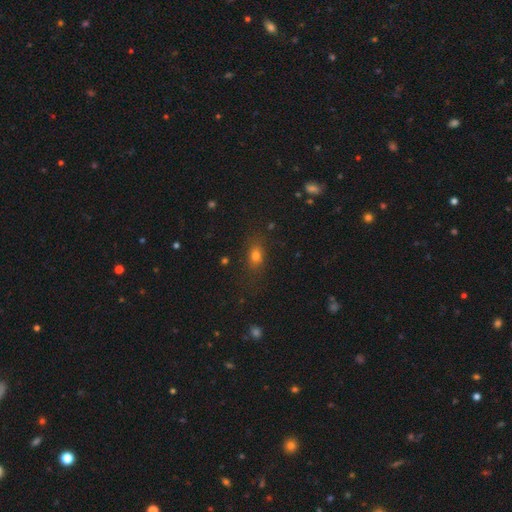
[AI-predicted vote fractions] Q: Smooth or featured?
A: smooth (74%); runner-up: star or artifact (16%)
Q: How rounded?
A: in between (63%); runner-up: round (31%)
Q: Merging?
A: none (78%); runner-up: minor disturbance (14%)